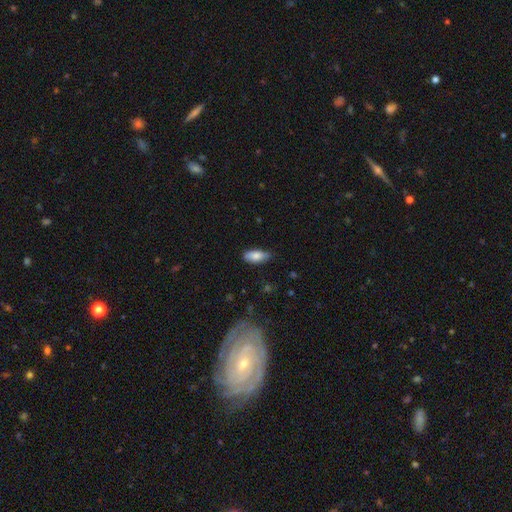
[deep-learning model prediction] Smooth or featured? Predicted: smooth (p=0.82). How rounded? Predicted: in between (p=0.84). Merging? Predicted: none (p=0.70).